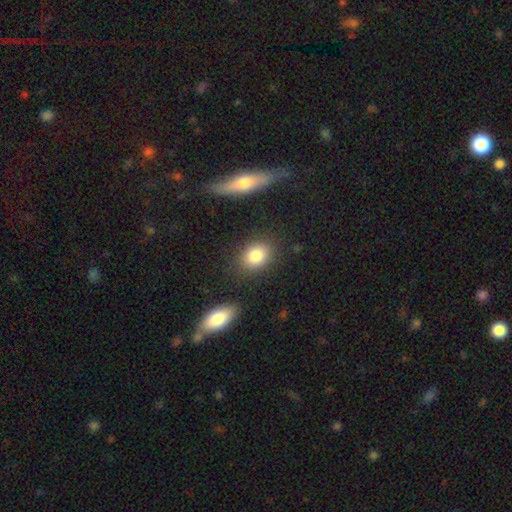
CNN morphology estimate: smooth-or-featured: smooth: 83% | star or artifact: 9% | featured or disk: 8%
  how-rounded: in between: 60% | round: 38% | cigar-shaped: 2%
  merging: none: 82% | minor disturbance: 11% | major disturbance: 3% | merger: 3%